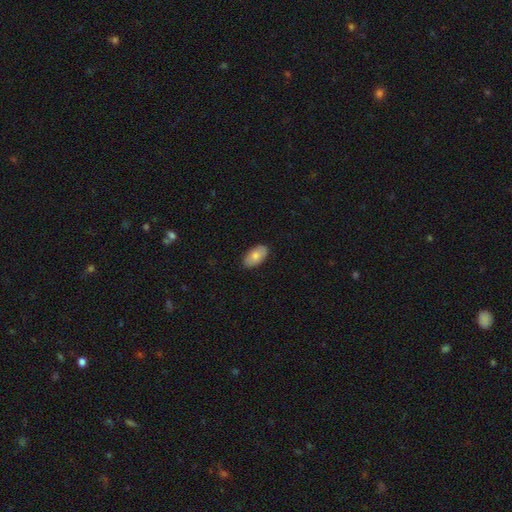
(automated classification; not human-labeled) A smooth galaxy with no disk features (80%) that is in between round and cigar-shaped (95%).

Vote fractions:
- Smooth or featured? smooth: 80% / featured or disk: 14% / star or artifact: 6%
- How rounded? in between: 95% / round: 3% / cigar-shaped: 2%
- Merging? none: 88% / minor disturbance: 9% / major disturbance: 2% / merger: 1%